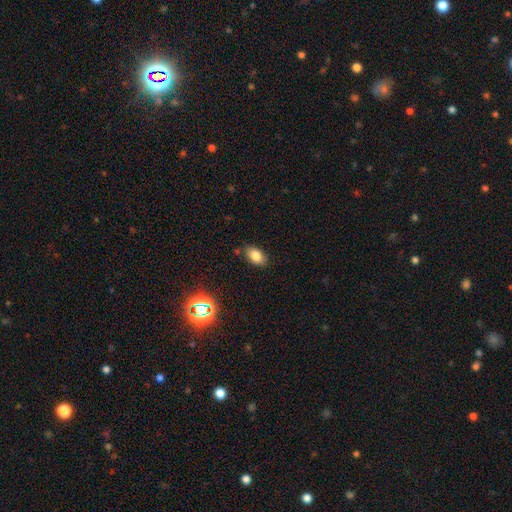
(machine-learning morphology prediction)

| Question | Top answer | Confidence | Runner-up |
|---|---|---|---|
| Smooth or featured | smooth | 80% | star or artifact (12%) |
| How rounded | in between | 88% | round (9%) |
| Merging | none | 81% | minor disturbance (13%) |